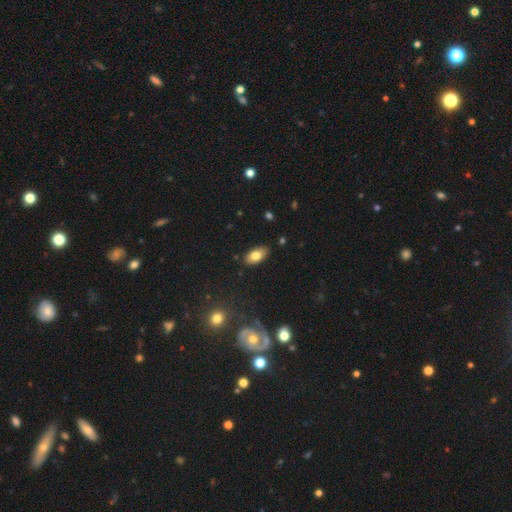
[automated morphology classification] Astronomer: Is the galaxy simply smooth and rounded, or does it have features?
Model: smooth — 78%.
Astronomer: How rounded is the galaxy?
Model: in between — 92%.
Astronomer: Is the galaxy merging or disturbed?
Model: none — 86%.